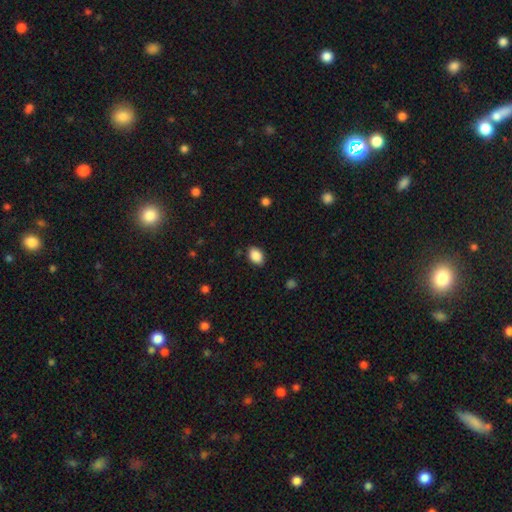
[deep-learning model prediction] Morphology: type=smooth (88%); roundness=in between (84%); merging=none (87%).